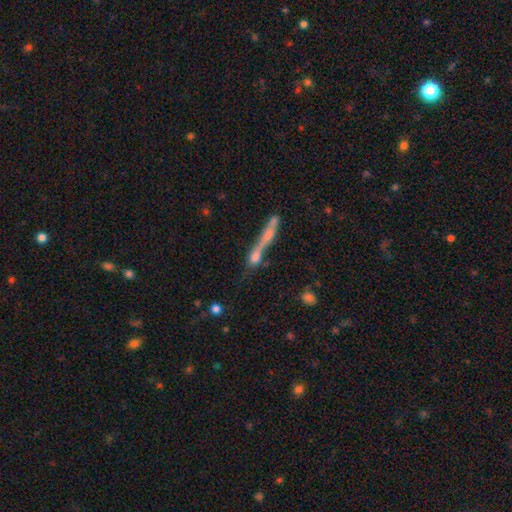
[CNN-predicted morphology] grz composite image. It shows a featured or disk galaxy (51%) viewed edge-on (75%). Merging: none (42%).